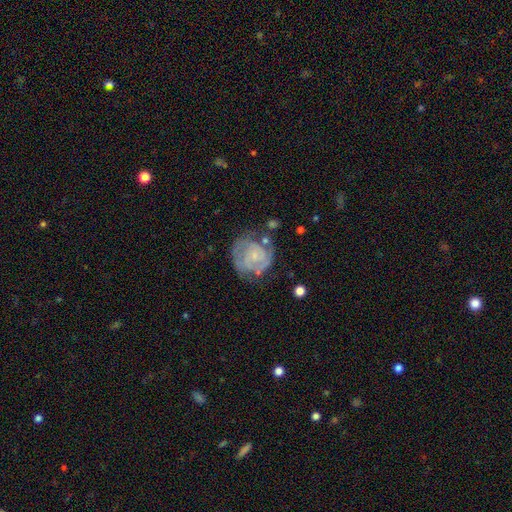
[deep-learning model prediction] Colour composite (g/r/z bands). It shows a featured or disk galaxy (70%) with no bar (74%), tight (62%) spiral arms (77%) and a small central bulge (71%). Merging: none (57%).